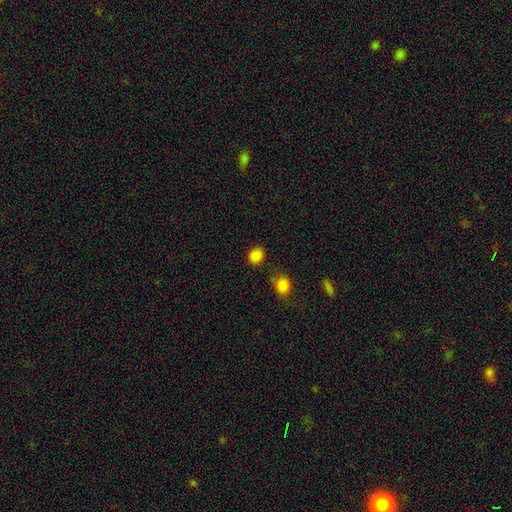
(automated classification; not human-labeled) Smooth or featured? smooth (85%)
How rounded? round (69%)
Merging? none (81%)